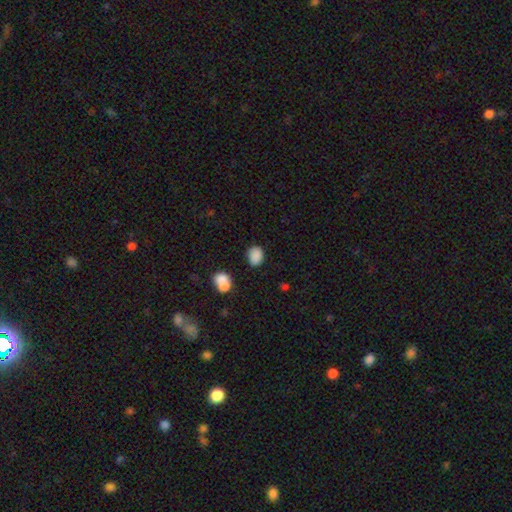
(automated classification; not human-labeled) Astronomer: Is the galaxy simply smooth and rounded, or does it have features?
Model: smooth — 86%.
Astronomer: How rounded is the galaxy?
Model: in between — 63%.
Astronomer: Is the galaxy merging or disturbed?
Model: none — 76%.